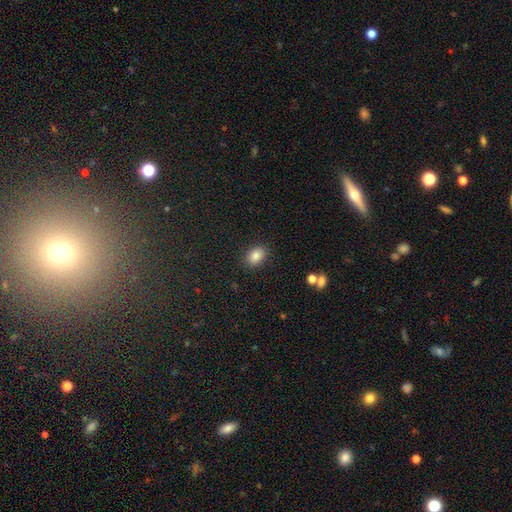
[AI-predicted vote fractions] smooth-or-featured: smooth: 85% | star or artifact: 9% | featured or disk: 6%
  how-rounded: in between: 77% | round: 22% | cigar-shaped: 1%
  merging: none: 87% | minor disturbance: 9% | major disturbance: 3% | merger: 1%